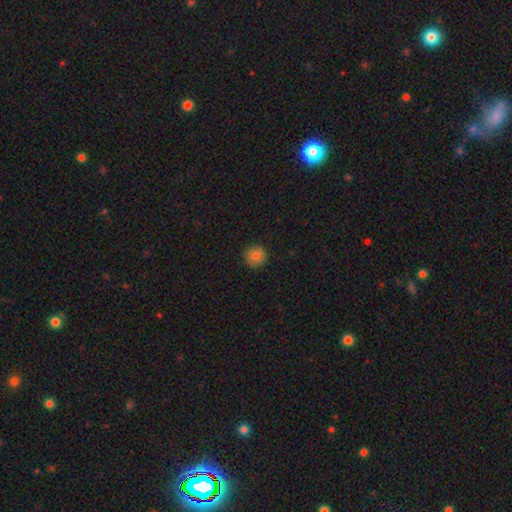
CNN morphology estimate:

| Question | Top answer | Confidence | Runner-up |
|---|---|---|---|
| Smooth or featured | smooth | 82% | star or artifact (10%) |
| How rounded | round | 95% | in between (4%) |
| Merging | none | 91% | minor disturbance (6%) |